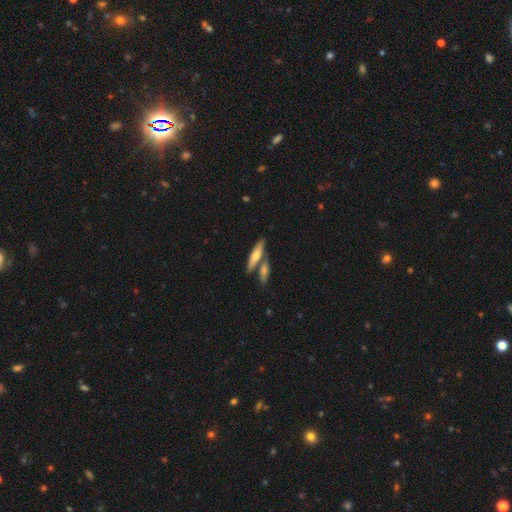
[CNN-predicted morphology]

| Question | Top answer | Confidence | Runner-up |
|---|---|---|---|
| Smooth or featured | smooth | 58% | featured or disk (36%) |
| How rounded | cigar-shaped | 70% | in between (27%) |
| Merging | none | 58% | merger (29%) |